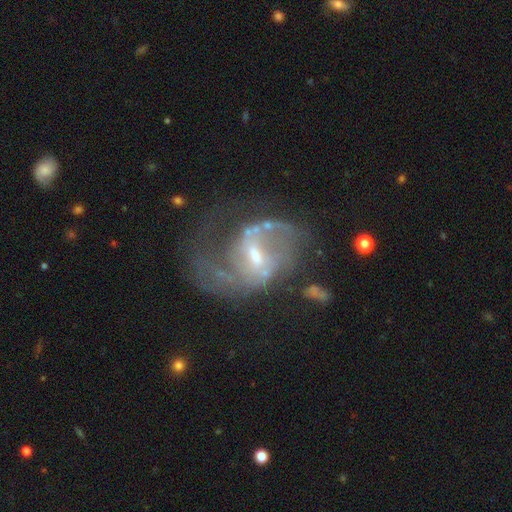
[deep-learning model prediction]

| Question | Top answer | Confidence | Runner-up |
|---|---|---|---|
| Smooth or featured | featured or disk | 85% | smooth (8%) |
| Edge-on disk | no | 97% | yes (3%) |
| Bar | weak | 58% | no (22%) |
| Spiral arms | yes | 91% | no (9%) |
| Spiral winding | medium | 47% | loose (39%) |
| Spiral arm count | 2 | 71% | 1 (11%) |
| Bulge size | moderate | 46% | small (45%) |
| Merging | none | 47% | major disturbance (29%) |